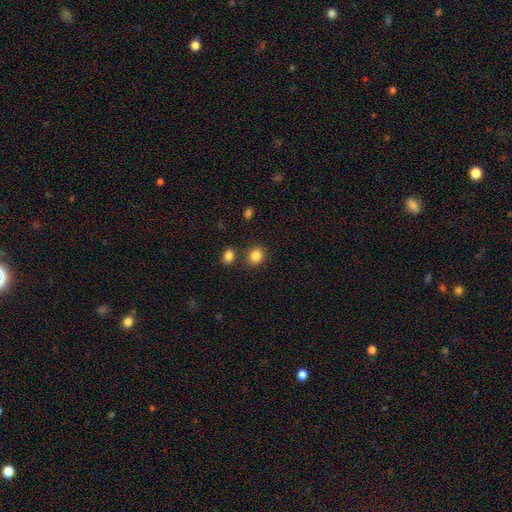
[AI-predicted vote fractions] Smooth or featured: smooth — 86% (star or artifact — 10%)
How rounded: round — 70% (in between — 29%)
Merging: none — 79% (merger — 9%)